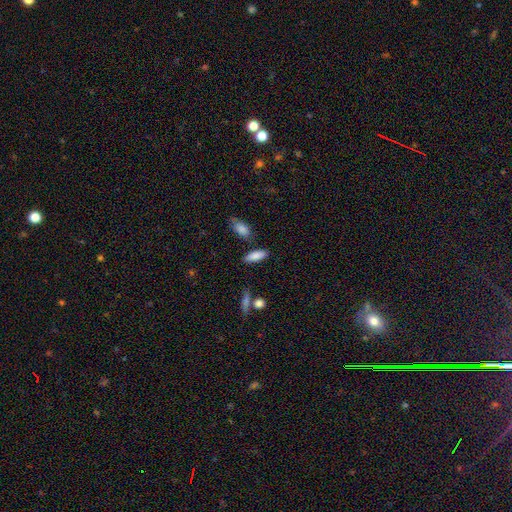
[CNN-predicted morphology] smooth 85%, featured or disk 8%, star or artifact 7%. Down the decision tree: how rounded — in between (69%); merging — none (78%).